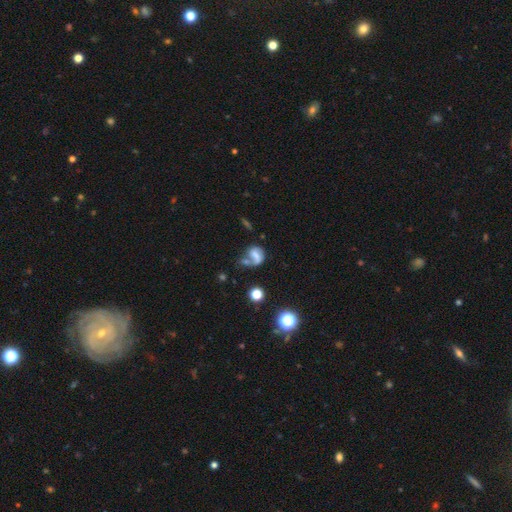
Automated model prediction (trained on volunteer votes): A smooth galaxy with no disk features (43%). Merging: merger (31%).